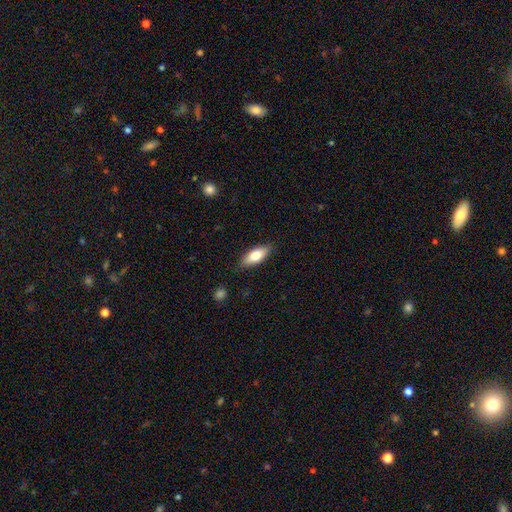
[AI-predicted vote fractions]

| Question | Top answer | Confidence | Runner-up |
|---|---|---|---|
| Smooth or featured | smooth | 74% | featured or disk (19%) |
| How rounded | in between | 76% | cigar-shaped (21%) |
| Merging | none | 86% | minor disturbance (10%) |